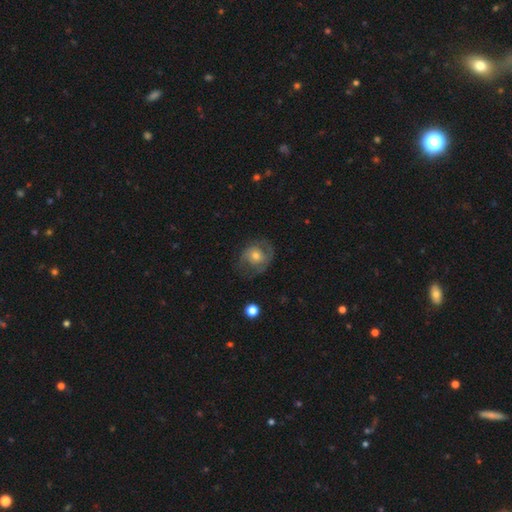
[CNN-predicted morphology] smooth-or-featured: featured or disk: 60% | smooth: 31% | star or artifact: 8%
  disk-edge-on: no: 97% | yes: 3%
    bar: no: 73% | weak: 22% | strong: 5%
    has-spiral-arms: yes: 78% | no: 22%
    bulge-size: moderate: 60% | small: 31% | large: 6% | none: 2% | dominant: 1%
  merging: none: 63% | minor disturbance: 20% | major disturbance: 15% | merger: 1%